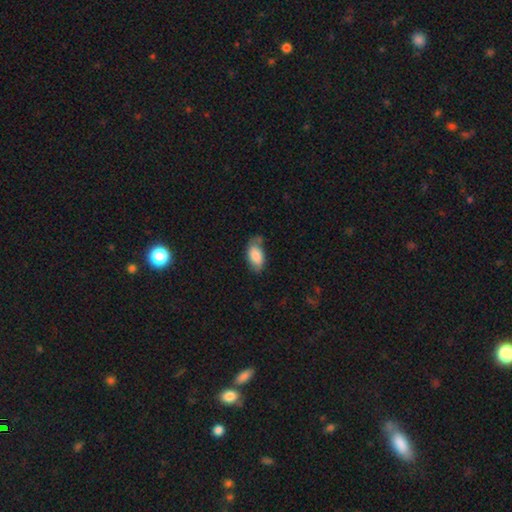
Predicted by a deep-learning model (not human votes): This is clearly a smooth galaxy (80%). How rounded: clearly in between (93%). Merging: possibly none (52%).